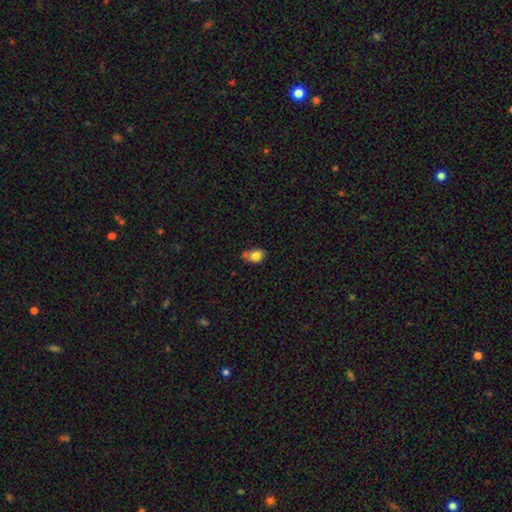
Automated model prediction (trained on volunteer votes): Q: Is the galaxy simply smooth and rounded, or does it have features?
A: smooth — 81%.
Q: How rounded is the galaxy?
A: in between — 63%.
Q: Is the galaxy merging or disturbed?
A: none — 49%.